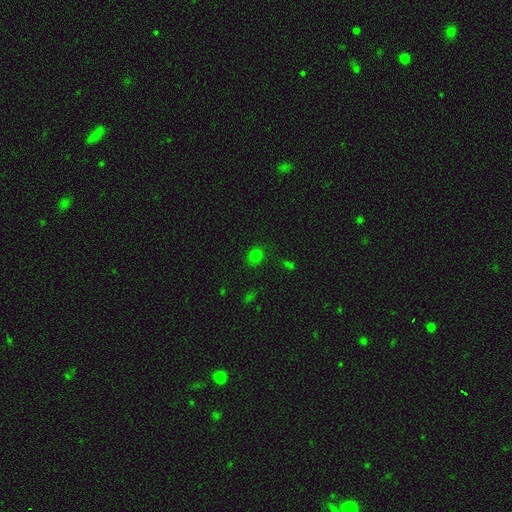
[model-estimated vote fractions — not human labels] Q: Smooth or featured?
A: smooth (77%); runner-up: star or artifact (18%)
Q: How rounded?
A: round (79%); runner-up: in between (20%)
Q: Merging?
A: none (84%); runner-up: minor disturbance (10%)